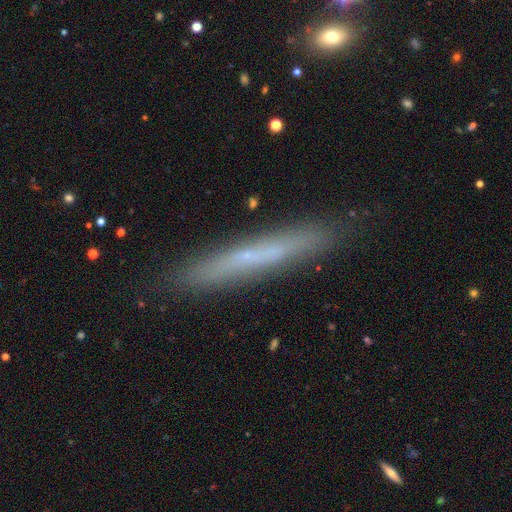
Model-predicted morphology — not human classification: Q: Smooth or featured?
A: featured or disk (48%); runner-up: smooth (44%)
Q: Merging?
A: none (86%); runner-up: minor disturbance (10%)